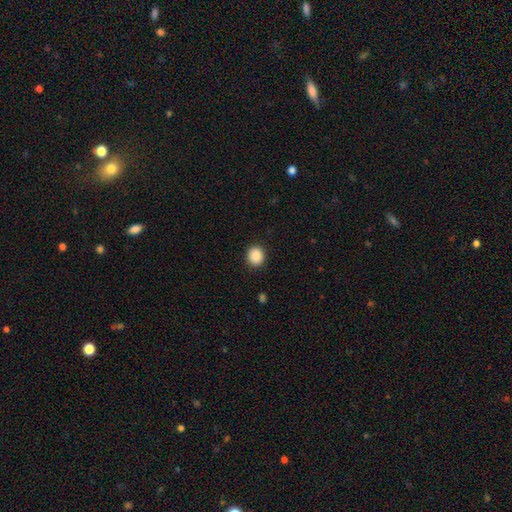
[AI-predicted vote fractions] Smooth or featured? smooth (89%)
How rounded? round (74%)
Merging? none (91%)